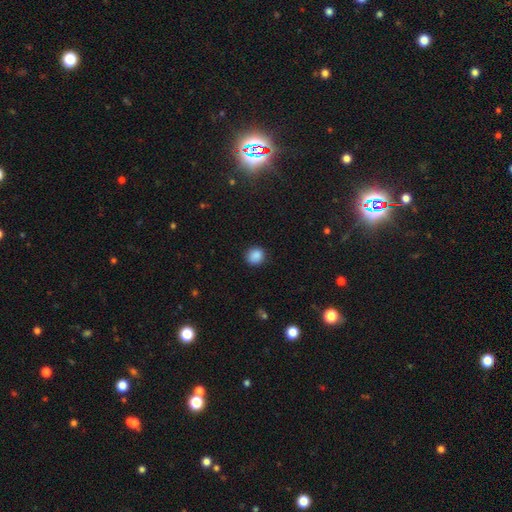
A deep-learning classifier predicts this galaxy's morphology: type=smooth (87%); roundness=round (85%); merging=none (88%).